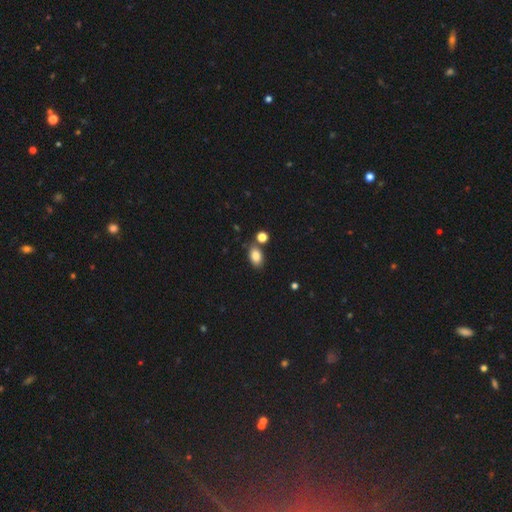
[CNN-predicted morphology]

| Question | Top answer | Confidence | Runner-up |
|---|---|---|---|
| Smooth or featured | smooth | 84% | star or artifact (9%) |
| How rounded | in between | 87% | round (12%) |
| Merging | none | 73% | merger (12%) |